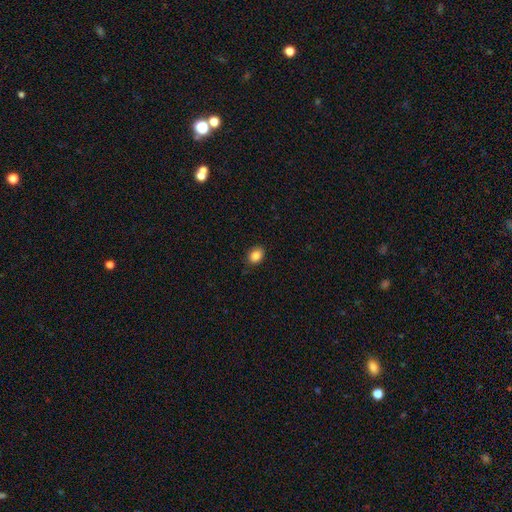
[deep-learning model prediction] Smooth or featured: smooth — 86% (star or artifact — 9%)
How rounded: in between — 67% (round — 32%)
Merging: none — 87% (minor disturbance — 10%)